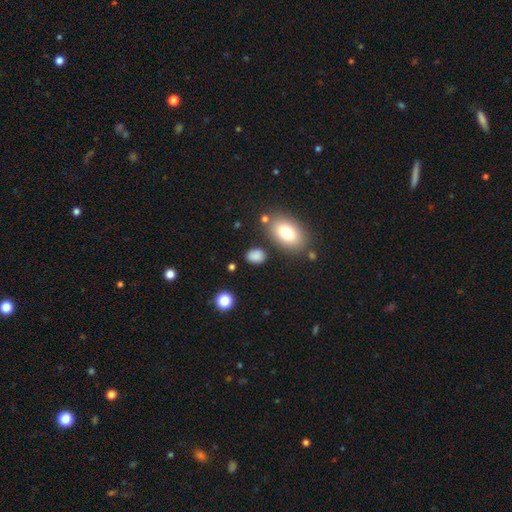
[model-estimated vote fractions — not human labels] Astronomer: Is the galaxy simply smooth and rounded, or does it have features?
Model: smooth — 84%.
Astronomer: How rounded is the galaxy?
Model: in between — 73%.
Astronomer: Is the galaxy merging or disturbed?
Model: none — 76%.